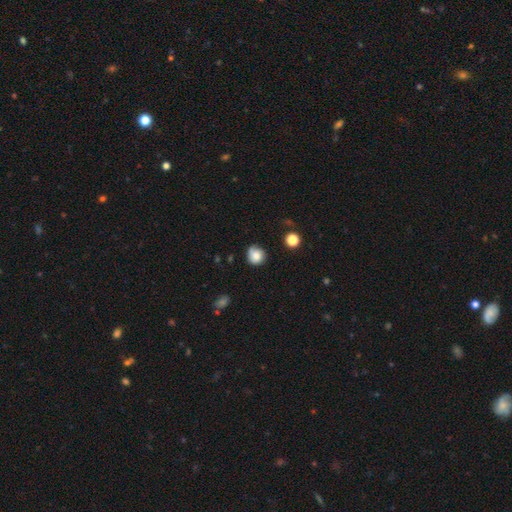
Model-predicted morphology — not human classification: Q: Smooth or featured?
A: smooth (78%); runner-up: featured or disk (12%)
Q: How rounded?
A: round (85%); runner-up: in between (14%)
Q: Merging?
A: none (67%); runner-up: minor disturbance (25%)